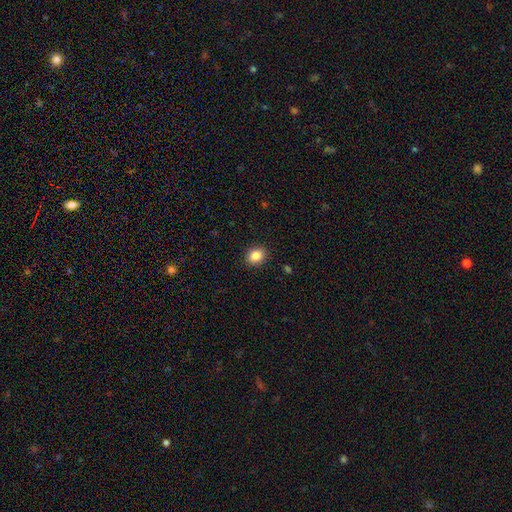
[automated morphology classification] Smooth or featured? Predicted: smooth (p=0.86). How rounded? Predicted: round (p=0.50). Merging? Predicted: none (p=0.90).